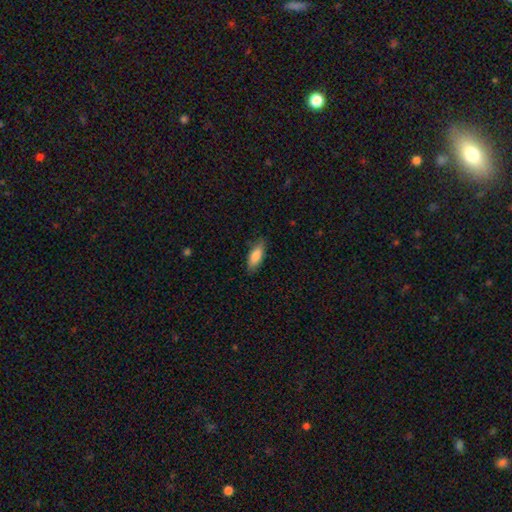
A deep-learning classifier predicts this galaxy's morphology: Smooth or featured? smooth (82%)
How rounded? in between (73%)
Merging? none (82%)